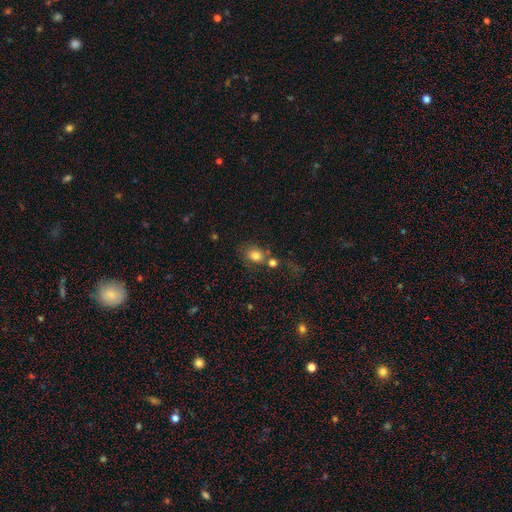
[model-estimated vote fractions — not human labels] Smooth or featured? Predicted: smooth (p=0.79). How rounded? Predicted: round (p=0.52). Merging? Predicted: none (p=0.47).